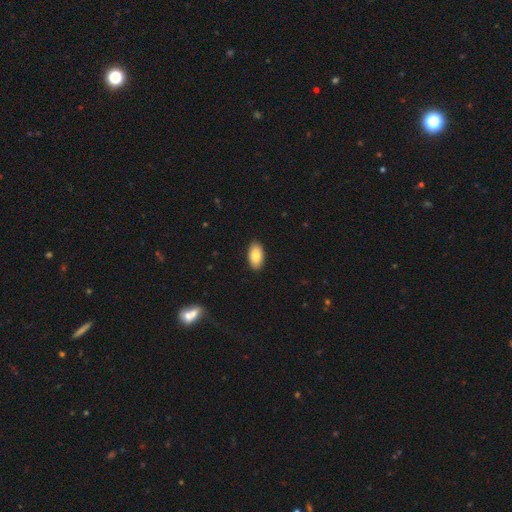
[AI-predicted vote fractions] Smooth or featured?
  - smooth: 85% *
  - featured or disk: 8%
  - star or artifact: 7%
How rounded?
  - in between: 95% *
  - round: 3%
  - cigar-shaped: 2%
Merging?
  - none: 90% *
  - minor disturbance: 8%
  - major disturbance: 2%
  - merger: 1%